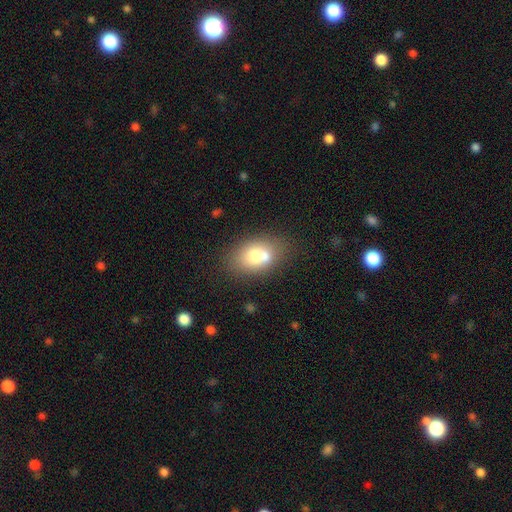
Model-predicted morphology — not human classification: Smooth or featured? smooth (68%)
How rounded? in between (75%)
Merging? none (47%)